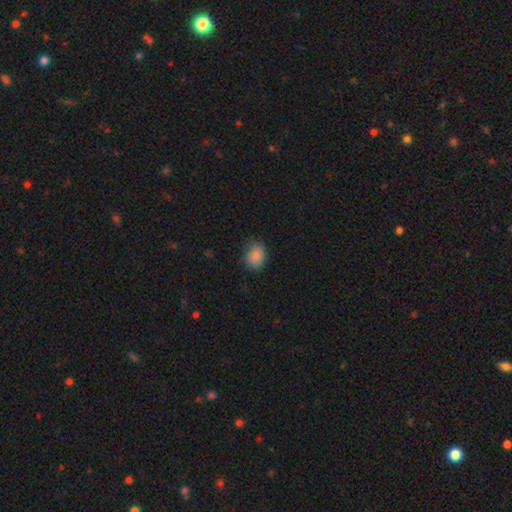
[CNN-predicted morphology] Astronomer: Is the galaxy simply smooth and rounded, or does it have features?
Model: smooth — 87%.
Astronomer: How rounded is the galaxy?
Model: in between — 53% (runner-up: round, 46%).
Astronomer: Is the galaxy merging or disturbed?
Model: none — 74%.